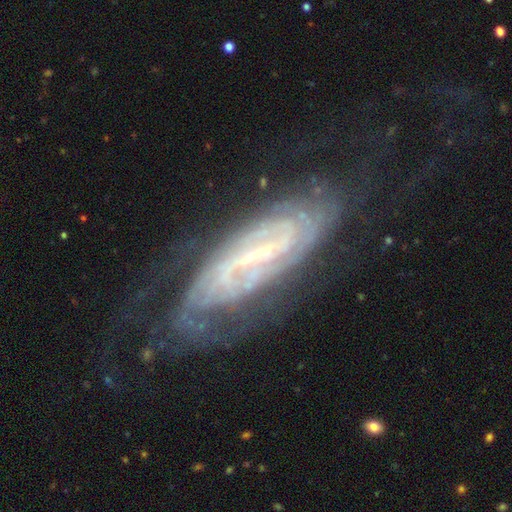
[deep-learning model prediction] The model was most divided on "spiral arm count": 2: 42%, can't tell: 27%, 3: 11%, 4: 8%, more than 4: 7%, 1: 6%. More confident: spiral arms — yes (96%); edge-on disk — no (87%); smooth or featured — featured or disk (87%); bulge size — small (69%); merging — none (69%); spiral winding — tight (63%); bar — strong (53%).